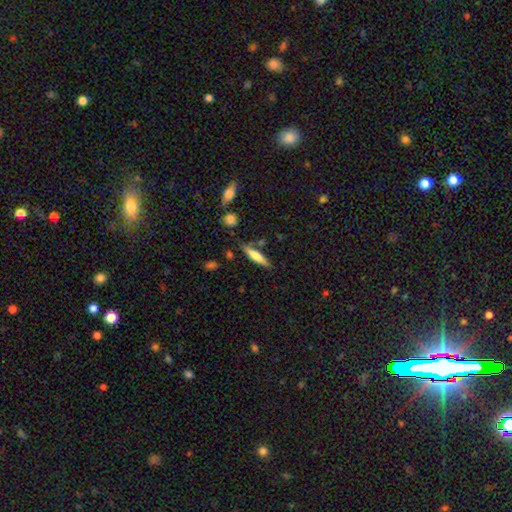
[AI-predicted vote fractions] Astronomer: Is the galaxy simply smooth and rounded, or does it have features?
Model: smooth — 63%.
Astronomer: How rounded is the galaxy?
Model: cigar-shaped — 79%.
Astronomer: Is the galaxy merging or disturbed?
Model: none — 80%.